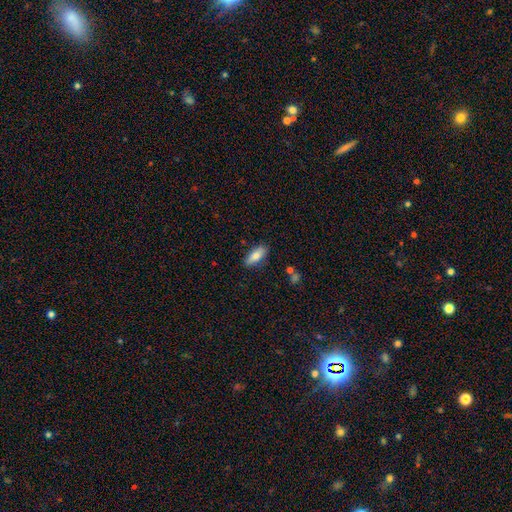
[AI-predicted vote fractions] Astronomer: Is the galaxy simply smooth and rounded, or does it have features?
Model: smooth — 76%.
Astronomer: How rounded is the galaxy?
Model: in between — 72%.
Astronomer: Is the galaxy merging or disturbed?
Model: none — 82%.